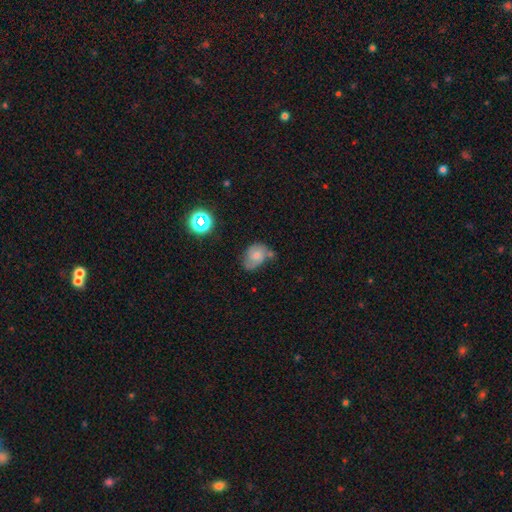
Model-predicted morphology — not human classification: Smooth or featured: smooth — 46% (featured or disk — 42%)
Merging: none — 40% (minor disturbance — 31%)